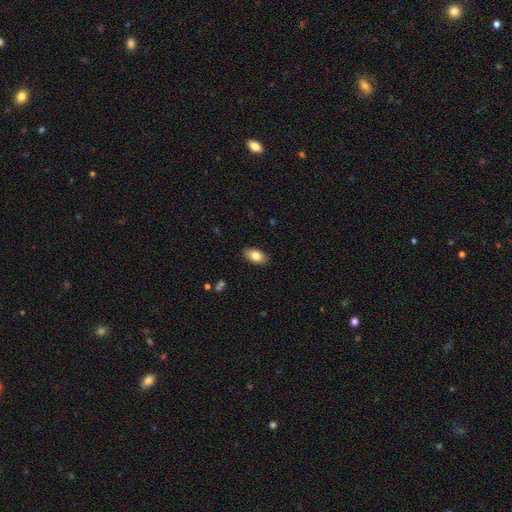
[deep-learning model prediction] Overall: smooth (81%). How rounded: in between (92%). Merging: none (88%).